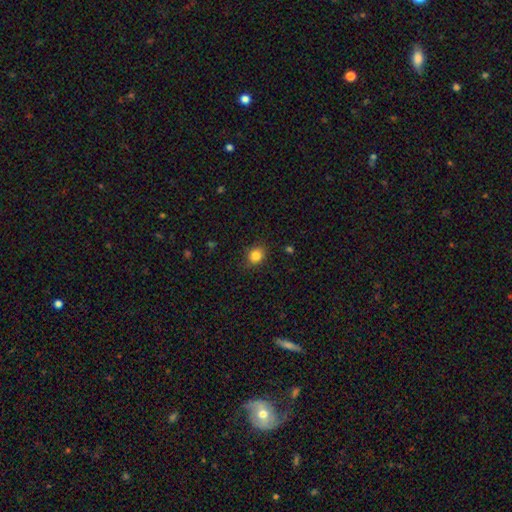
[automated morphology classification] type=smooth (84%); roundness=round (68%); merging=none (86%).